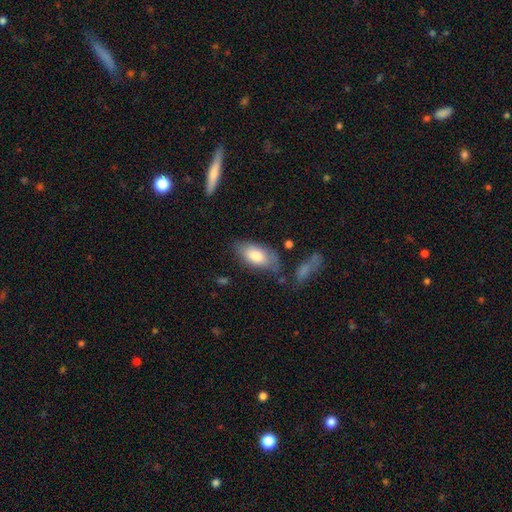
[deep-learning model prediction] Overall: smooth (78%). How rounded: in between (91%). Merging: none (65%).